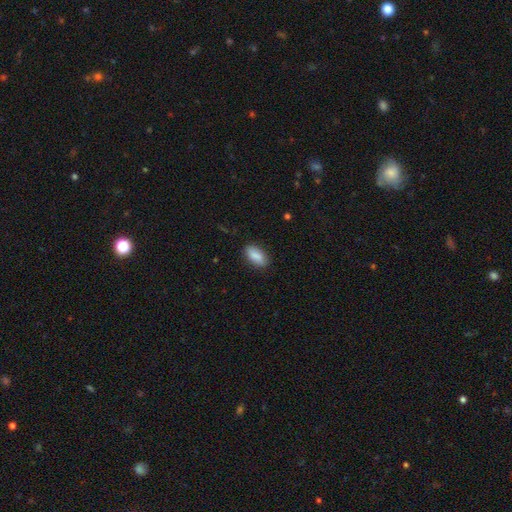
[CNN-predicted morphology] Overall: smooth (87%). How rounded: in between (89%). Merging: none (85%).